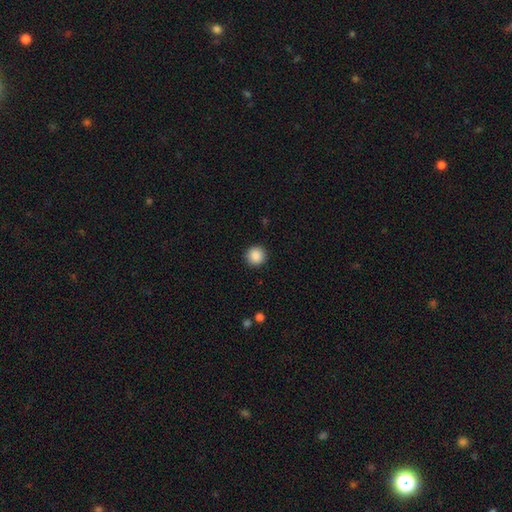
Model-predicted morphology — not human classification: Smooth or featured?
  - smooth: 89% *
  - star or artifact: 9%
  - featured or disk: 3%
How rounded?
  - round: 95% *
  - in between: 4%
  - cigar-shaped: 1%
Merging?
  - none: 92% *
  - minor disturbance: 5%
  - major disturbance: 2%
  - merger: 1%